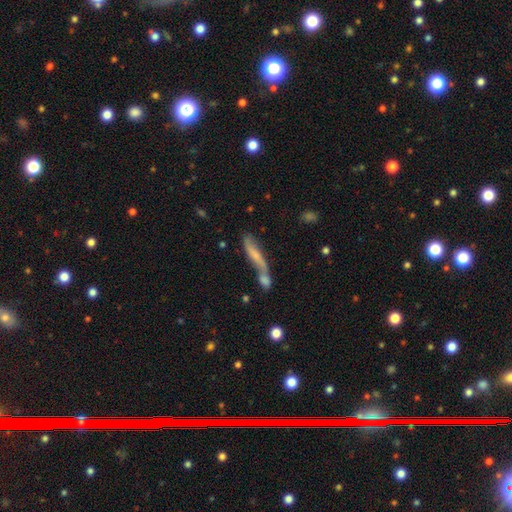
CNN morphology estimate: Smooth or featured: featured or disk — 52% (smooth — 40%)
Edge-on disk: no — 51% (yes — 49%)
Merging: merger — 47% (none — 30%)